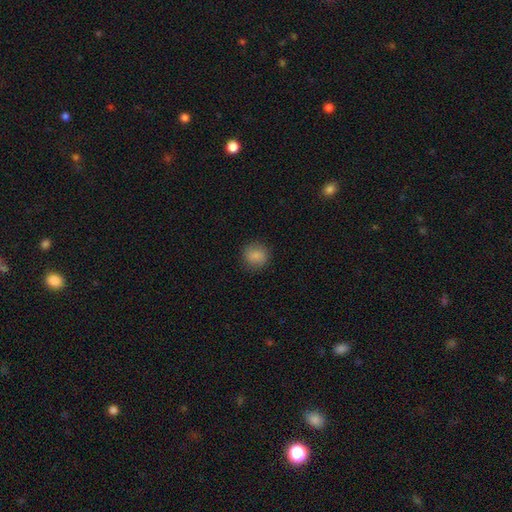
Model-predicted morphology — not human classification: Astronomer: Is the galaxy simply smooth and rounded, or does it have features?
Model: smooth — 84%.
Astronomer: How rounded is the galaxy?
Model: round — 84%.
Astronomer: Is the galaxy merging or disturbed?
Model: none — 86%.